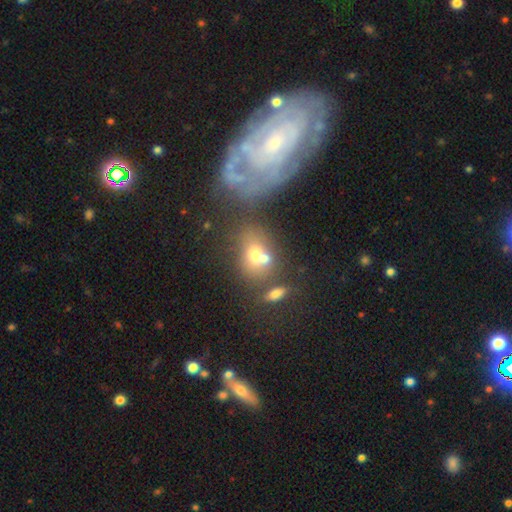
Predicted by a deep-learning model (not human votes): Smooth or featured? Predicted: smooth (p=0.58). How rounded? Predicted: in between (p=0.57). Merging? Predicted: merger (p=0.41).